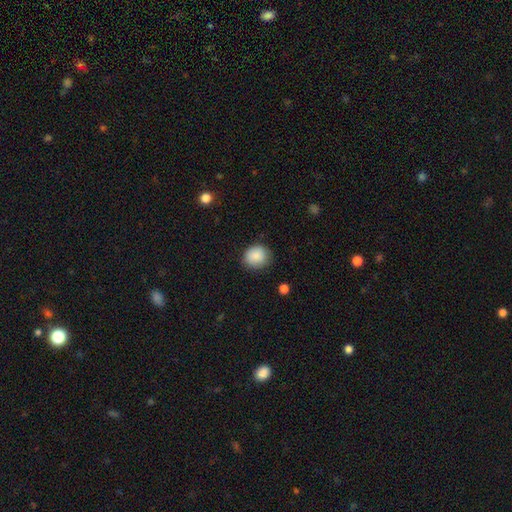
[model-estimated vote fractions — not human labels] Smooth or featured? smooth (86%)
How rounded? round (84%)
Merging? none (83%)